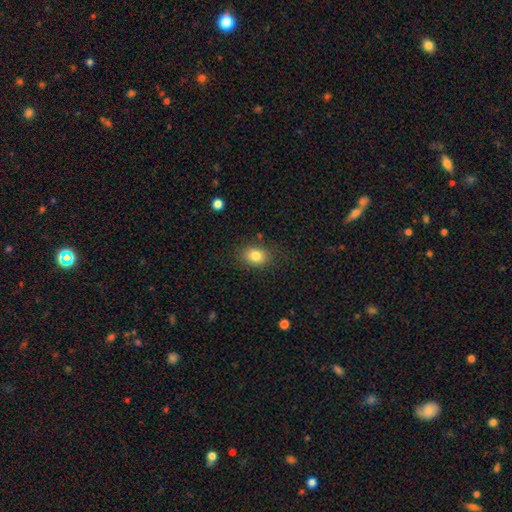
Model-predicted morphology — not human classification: Overall: smooth (82%). How rounded: in between (61%; round 38%). Merging: none (82%).